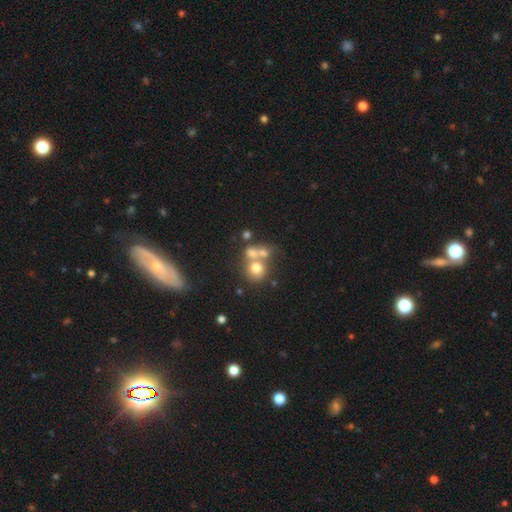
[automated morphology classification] smooth 61%, featured or disk 22%, star or artifact 16%. Down the decision tree: how rounded — round (74%); merging — merger (51%).